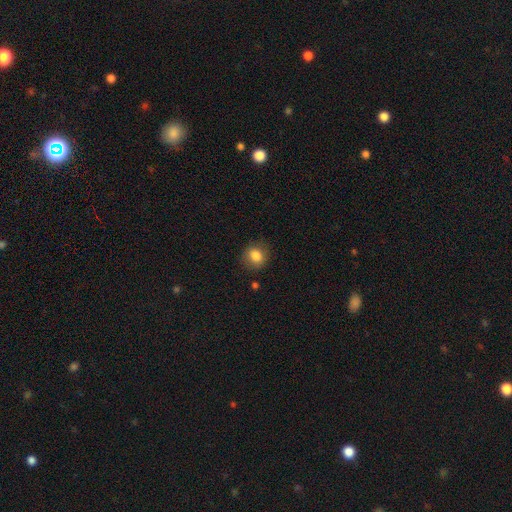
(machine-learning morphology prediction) The model was most divided on "how rounded": round: 70%, in between: 29%, cigar-shaped: 1%. More confident: smooth or featured — smooth (83%); merging — none (82%).